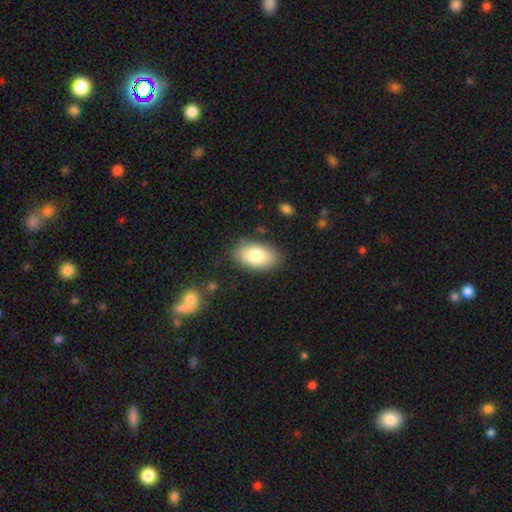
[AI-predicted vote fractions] Smooth or featured: smooth — 80% (featured or disk — 13%)
How rounded: in between — 93% (round — 5%)
Merging: none — 84% (minor disturbance — 11%)